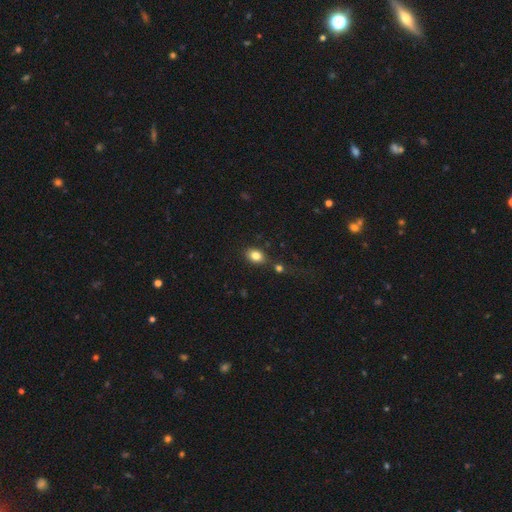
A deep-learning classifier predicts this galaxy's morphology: A smooth galaxy with no disk features (82%) that is in between round and cigar-shaped (75%). Merging: none (75%).